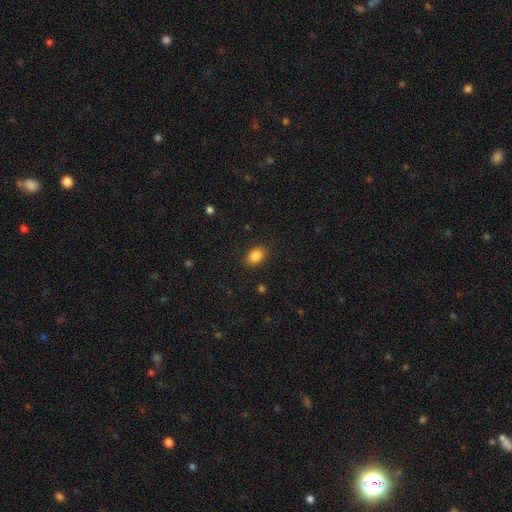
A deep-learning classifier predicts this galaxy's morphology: This is clearly a smooth galaxy (86%). How rounded: likely in between (77%). Merging: clearly none (87%).